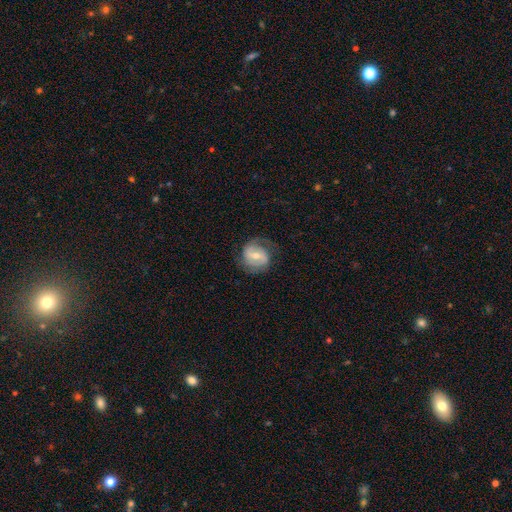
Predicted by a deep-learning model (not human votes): Smooth or featured: featured or disk — 70% (smooth — 23%)
Edge-on disk: no — 97% (yes — 3%)
Bar: weak — 50% (strong — 26%)
Spiral arms: yes — 88% (no — 12%)
Spiral winding: medium — 44% (tight — 35%)
Spiral arm count: 2 — 78% (can't tell — 10%)
Bulge size: moderate — 57% (small — 37%)
Merging: none — 69% (minor disturbance — 18%)